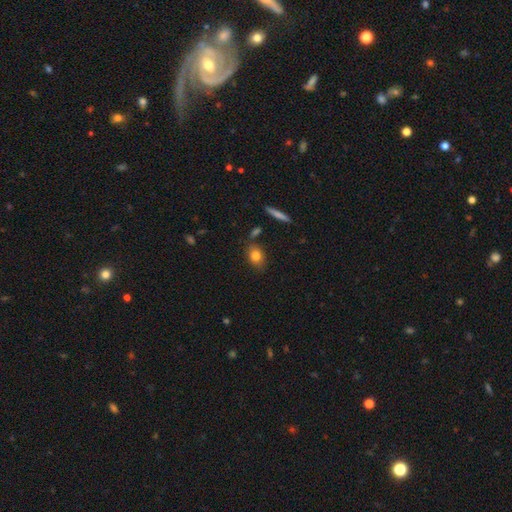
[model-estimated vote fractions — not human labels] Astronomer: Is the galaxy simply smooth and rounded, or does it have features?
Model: smooth — 80%.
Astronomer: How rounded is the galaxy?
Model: in between — 64%.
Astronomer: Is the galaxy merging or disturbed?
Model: none — 79%.